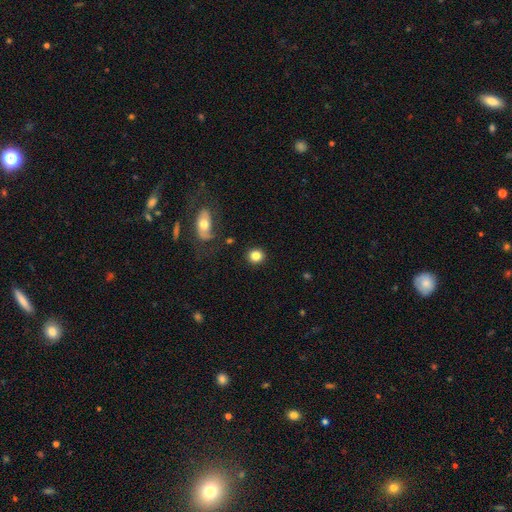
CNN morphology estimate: Smooth or featured: smooth — 83% (star or artifact — 10%)
How rounded: round — 90% (in between — 9%)
Merging: none — 90% (minor disturbance — 6%)